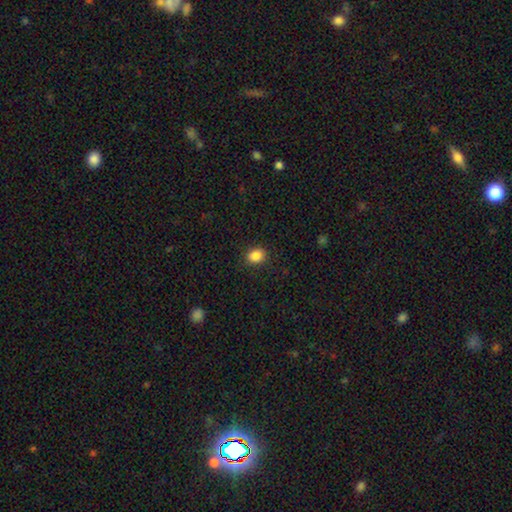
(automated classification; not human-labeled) This is clearly a smooth galaxy (87%). How rounded: possibly round (55%). Merging: clearly none (89%).